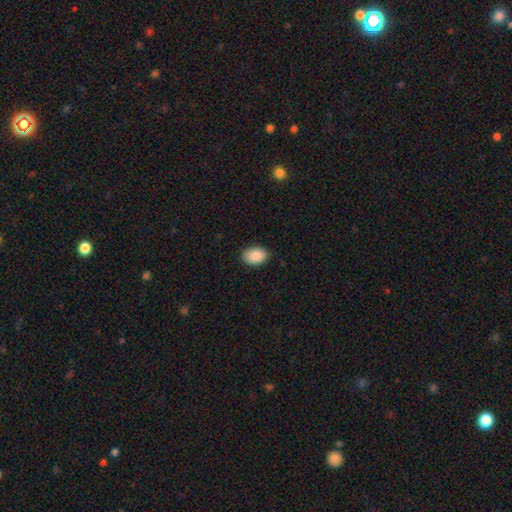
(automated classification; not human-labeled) Smooth or featured: smooth — 89% (star or artifact — 7%)
How rounded: in between — 78% (round — 21%)
Merging: none — 87% (minor disturbance — 10%)